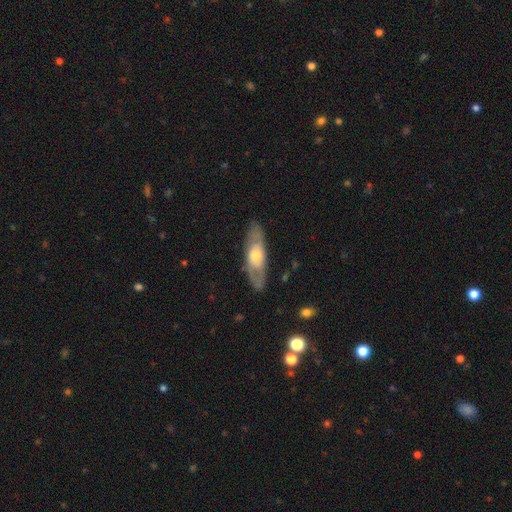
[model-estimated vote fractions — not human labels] Overall: featured or disk (55%; smooth 39%). Edge-on disk: no (64%; yes 36%). Merging: none (80%).